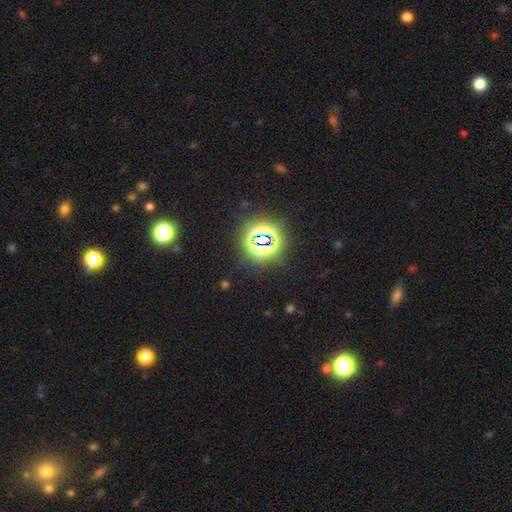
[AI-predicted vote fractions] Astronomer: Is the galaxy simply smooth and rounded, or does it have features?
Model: star or artifact — 80%.